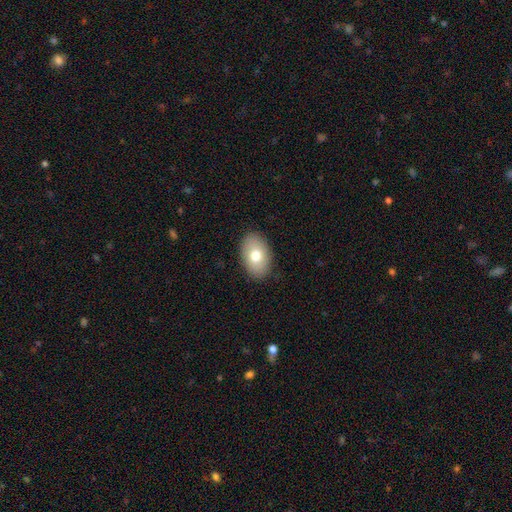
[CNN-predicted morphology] Smooth or featured? Predicted: smooth (p=0.75). How rounded? Predicted: in between (p=0.89). Merging? Predicted: none (p=0.87).